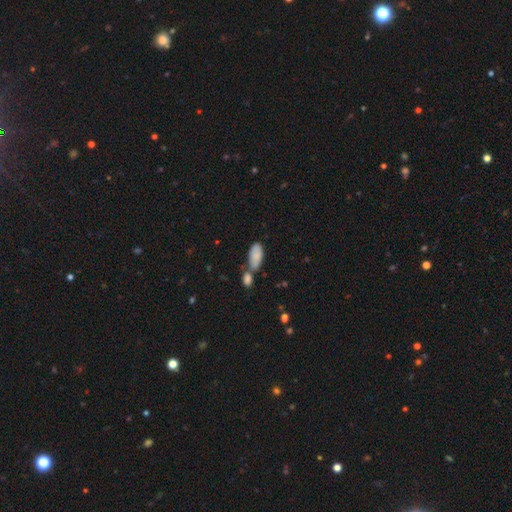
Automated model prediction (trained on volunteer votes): A smooth galaxy with no disk features (82%) that is in between round and cigar-shaped (88%).

Vote fractions:
- Smooth or featured? smooth: 82% / featured or disk: 11% / star or artifact: 7%
- How rounded? in between: 88% / cigar-shaped: 9% / round: 2%
- Merging? merger: 45% / none: 35% / minor disturbance: 15% / major disturbance: 5%